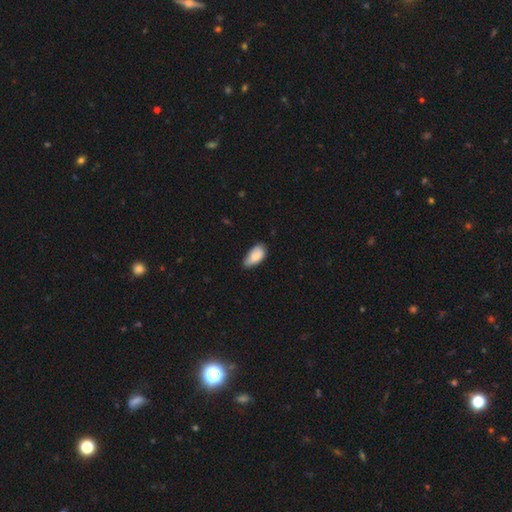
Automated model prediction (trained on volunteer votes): A smooth galaxy with no disk features (86%) that is in between round and cigar-shaped (93%). Merging: none (51%).